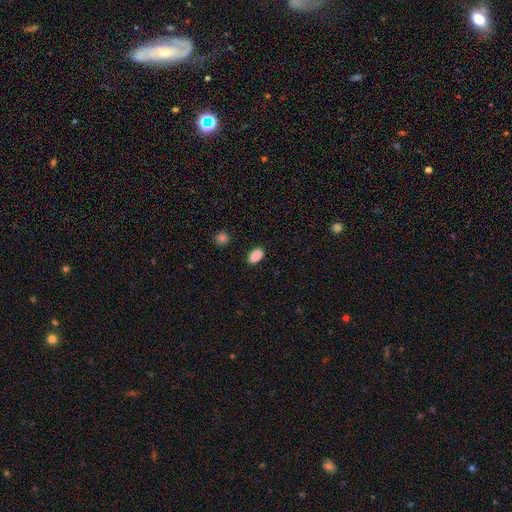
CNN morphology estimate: smooth_or_featured: smooth (p=0.89) [alt: star or artifact p=0.08]
how_rounded: in between (p=0.92) [alt: round p=0.06]
merging: none (p=0.89) [alt: minor disturbance p=0.08]